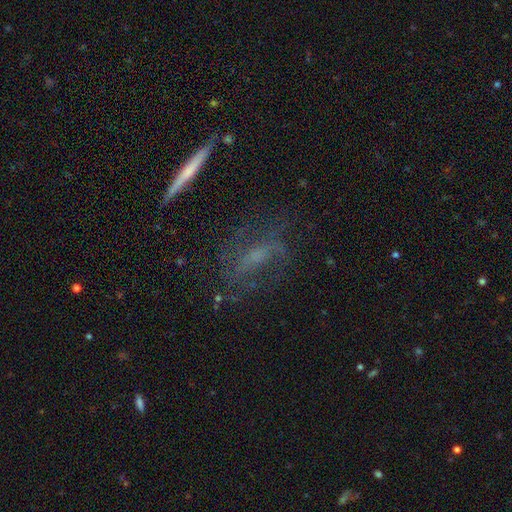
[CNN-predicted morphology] This is possibly a featured or disk galaxy (60%). It is likely not viewed edge-on (75%). Merging: likely none (65%).